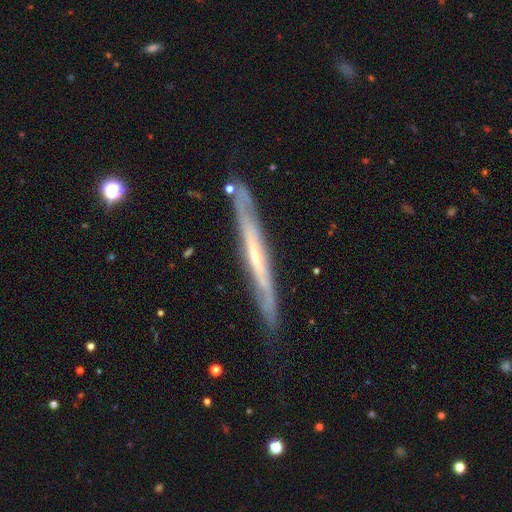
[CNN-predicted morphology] Smooth or featured?
  - featured or disk: 73% *
  - smooth: 21%
  - star or artifact: 6%
Edge-on disk?
  - yes: 85% *
  - no: 15%
Edge-on bulge?
  - none: 68% *
  - rounded: 24%
  - boxy: 7%
Merging?
  - none: 79% *
  - minor disturbance: 16%
  - major disturbance: 3%
  - merger: 2%